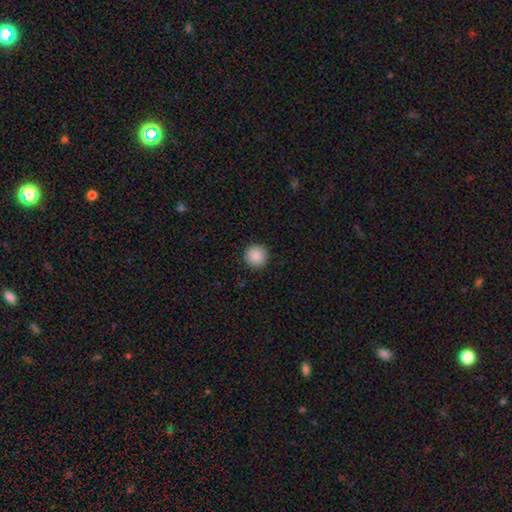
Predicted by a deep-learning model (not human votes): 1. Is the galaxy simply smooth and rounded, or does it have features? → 89% smooth, 8% star or artifact, 3% featured or disk.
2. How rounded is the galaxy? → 96% round, 3% in between, 1% cigar-shaped.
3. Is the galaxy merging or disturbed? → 93% none, 4% minor disturbance, 2% major disturbance, 1% merger.